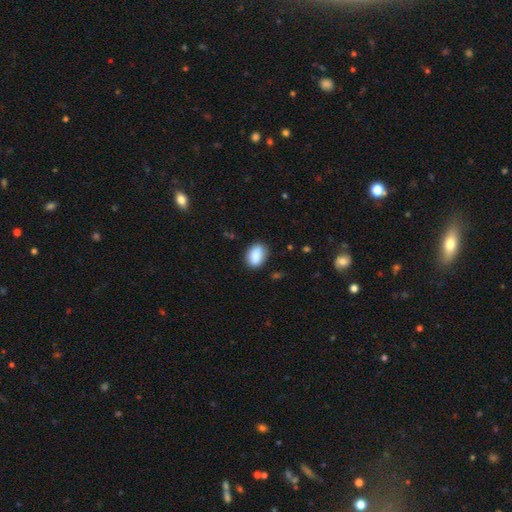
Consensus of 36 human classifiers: Morphology: type=smooth (97%); roundness=in between (69%); merging=none (89%).